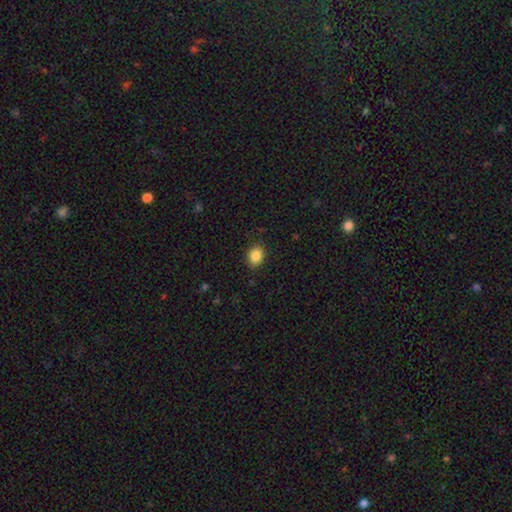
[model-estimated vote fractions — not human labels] Overall: smooth (87%). How rounded: in between (56%; round 43%). Merging: none (87%).